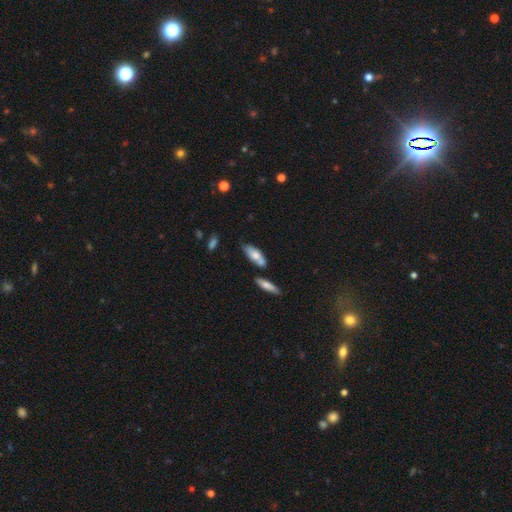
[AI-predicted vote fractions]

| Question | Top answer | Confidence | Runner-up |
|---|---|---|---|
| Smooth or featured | smooth | 69% | featured or disk (24%) |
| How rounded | in between | 73% | cigar-shaped (24%) |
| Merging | none | 54% | merger (26%) |